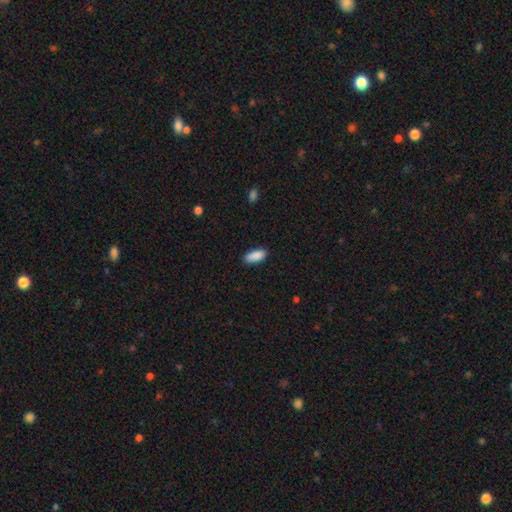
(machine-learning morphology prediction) Smooth or featured: smooth — 90% (star or artifact — 7%)
How rounded: in between — 85% (cigar-shaped — 13%)
Merging: none — 87% (minor disturbance — 10%)